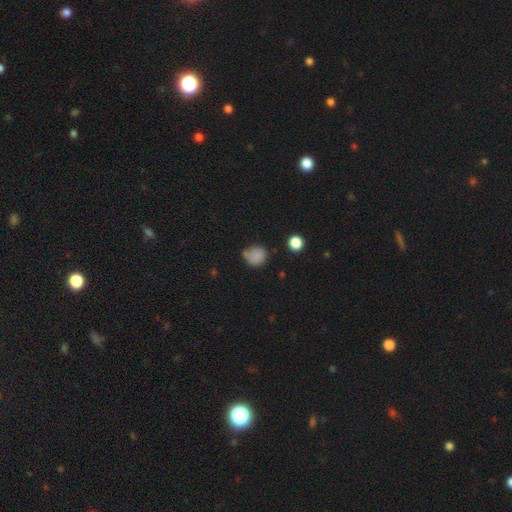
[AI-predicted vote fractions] This appears to be a smooth galaxy with no disk features (79%) that is round (75%). Merging: none (52%).